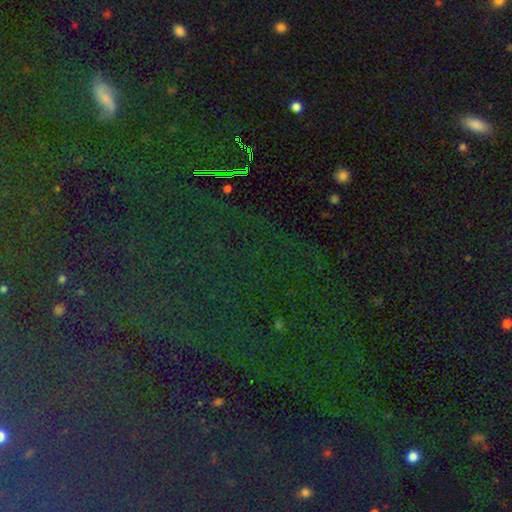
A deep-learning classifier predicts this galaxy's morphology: Smooth or featured?
  - star or artifact: 83% *
  - smooth: 10%
  - featured or disk: 8%